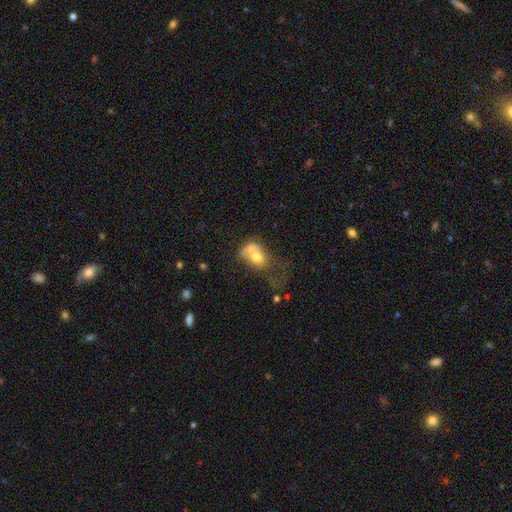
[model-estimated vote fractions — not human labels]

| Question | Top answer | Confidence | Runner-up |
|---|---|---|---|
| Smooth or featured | smooth | 58% | featured or disk (31%) |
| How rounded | in between | 60% | round (39%) |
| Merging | merger | 52% | major disturbance (23%) |